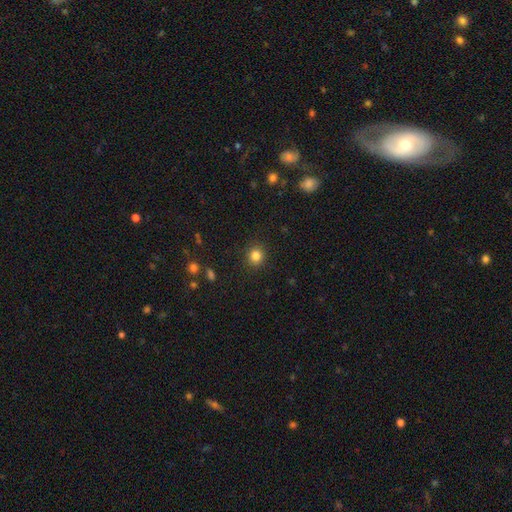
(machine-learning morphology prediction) smooth 83%, star or artifact 12%, featured or disk 5%. Down the decision tree: how rounded — round (87%); merging — none (90%).